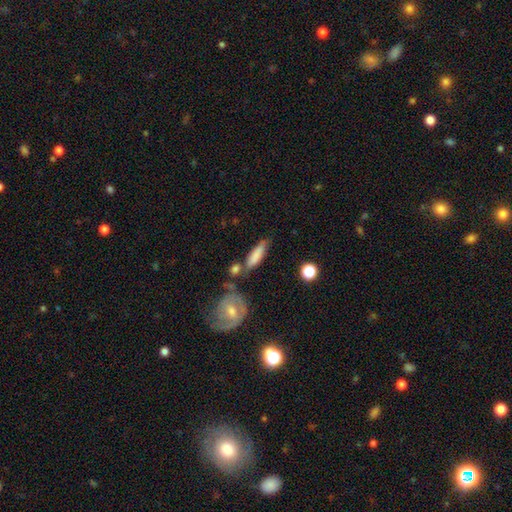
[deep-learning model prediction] The model was most divided on "how rounded": cigar-shaped: 63%, in between: 34%, round: 3%. More confident: smooth or featured — smooth (76%); merging — none (57%).